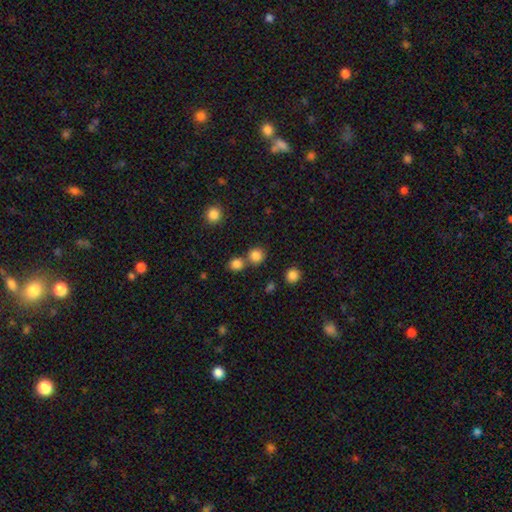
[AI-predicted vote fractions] This appears to be a smooth galaxy with no disk features (83%) that is round (89%). Merging: none (66%).